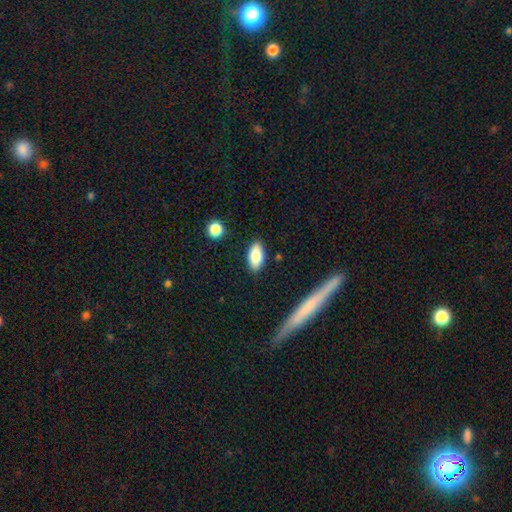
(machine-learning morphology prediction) smooth-or-featured: smooth: 82% | featured or disk: 11% | star or artifact: 7%
  how-rounded: in between: 89% | cigar-shaped: 8% | round: 3%
  merging: none: 86% | minor disturbance: 10% | major disturbance: 2% | merger: 2%